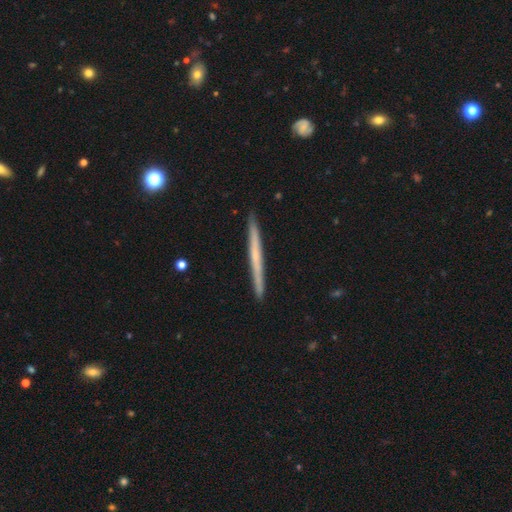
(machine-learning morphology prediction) featured or disk 55%, smooth 39%, star or artifact 6%. Down the decision tree: edge-on disk — yes (98%); edge-on bulge — none (81%); merging — none (92%).